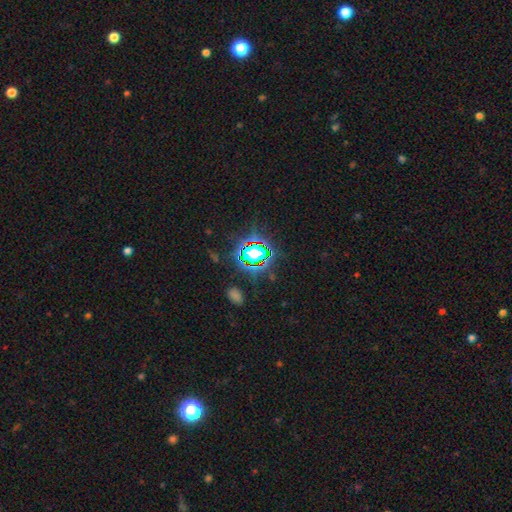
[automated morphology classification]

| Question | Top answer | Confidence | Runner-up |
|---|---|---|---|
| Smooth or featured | star or artifact | 72% | smooth (18%) |